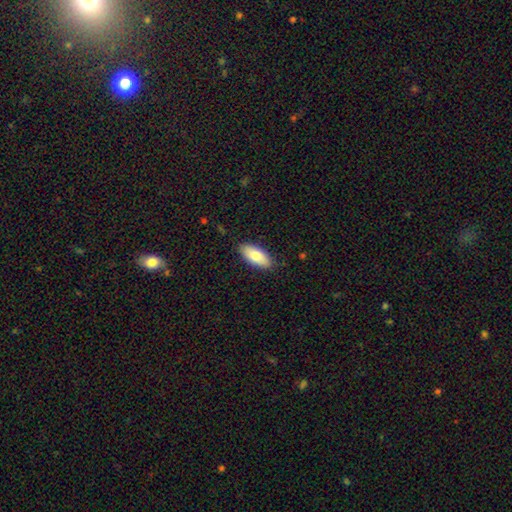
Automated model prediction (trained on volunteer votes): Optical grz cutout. It shows a smooth galaxy with no disk features (80%) that is in between round and cigar-shaped (87%). Merging: none (87%).